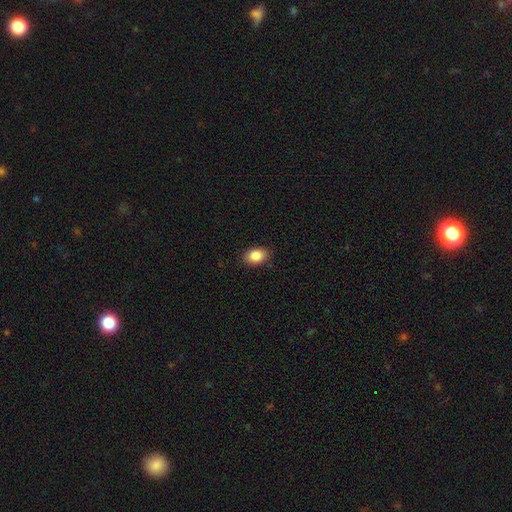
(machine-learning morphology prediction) Smooth or featured: smooth — 87% (star or artifact — 8%)
How rounded: in between — 83% (round — 16%)
Merging: none — 86% (minor disturbance — 10%)